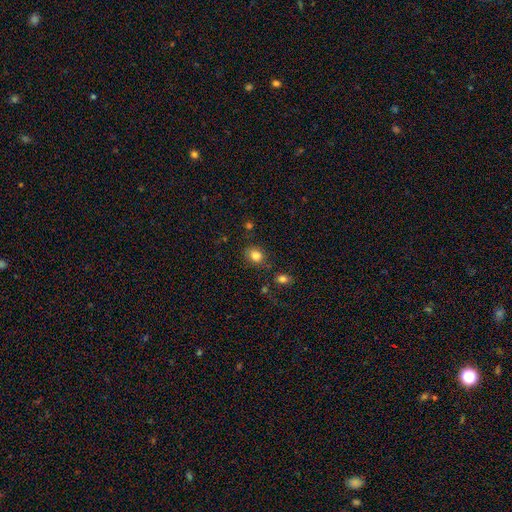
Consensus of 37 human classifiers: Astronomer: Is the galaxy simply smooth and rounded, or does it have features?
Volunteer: smooth — 92%.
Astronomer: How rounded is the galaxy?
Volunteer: round — 62% (runner-up: in between, 38%).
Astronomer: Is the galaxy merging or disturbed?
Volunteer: none — 77%.